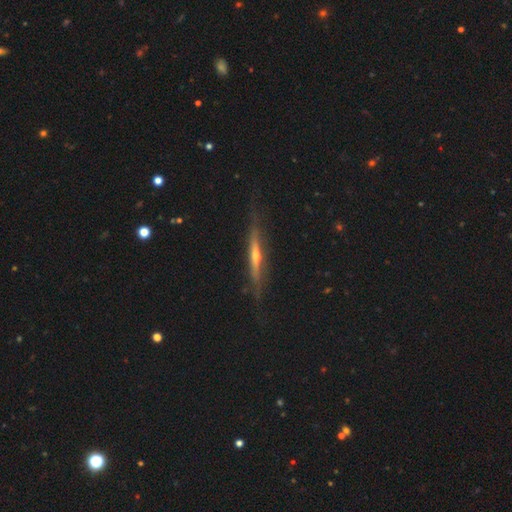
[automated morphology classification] A featured or disk galaxy (75%) viewed edge-on (94%) with a rounded central bulge (76%). Merging: none (79%).